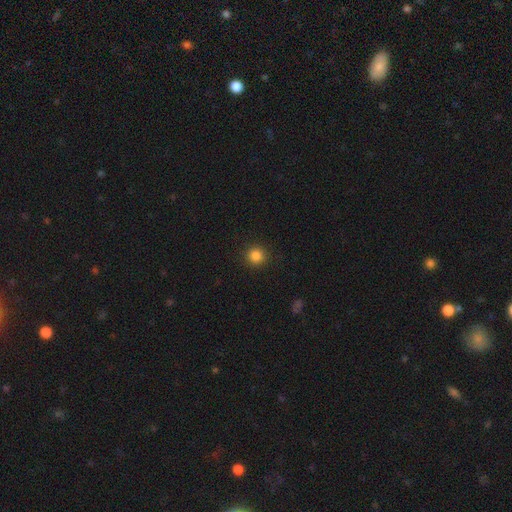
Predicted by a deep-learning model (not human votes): This is clearly a smooth galaxy (84%). How rounded: clearly round (94%). Merging: clearly none (92%).